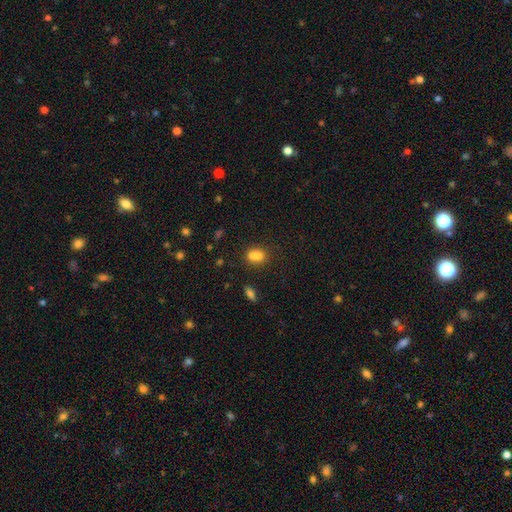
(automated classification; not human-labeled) This appears to be a smooth galaxy with no disk features (70%) that is round (57%). Merging: merger (62%).